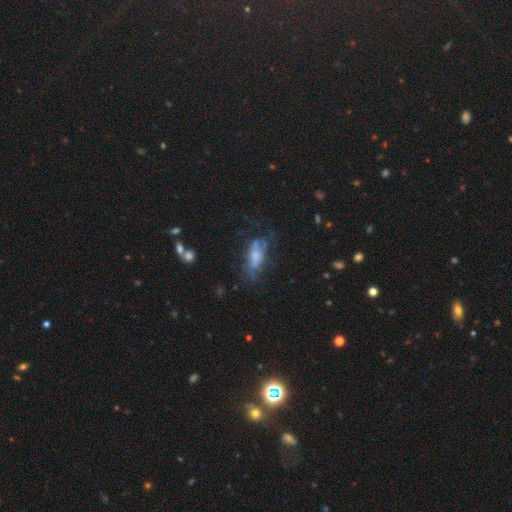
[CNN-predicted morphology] smooth_or_featured: smooth (p=0.45) [alt: featured or disk p=0.44]
merging: none (p=0.39) [alt: major disturbance p=0.30]